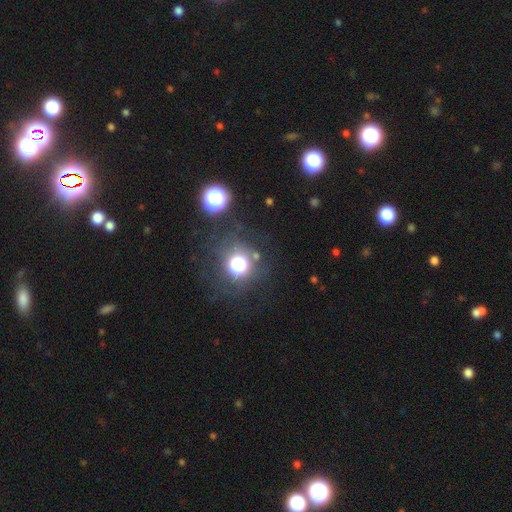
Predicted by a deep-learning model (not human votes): A star or artifact, not a galaxy (56%).

Vote fractions:
- Smooth or featured? star or artifact: 56% / smooth: 34% / featured or disk: 10%